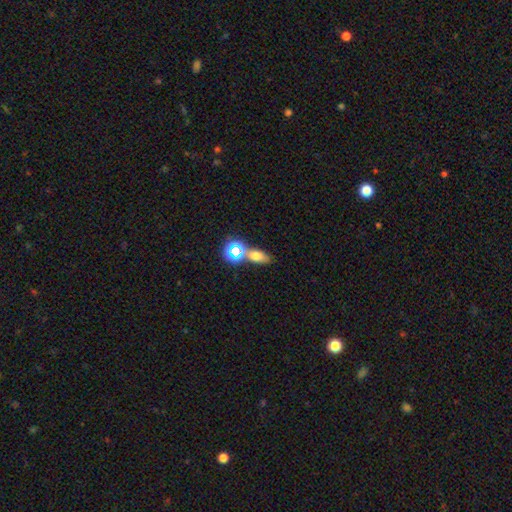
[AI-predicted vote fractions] smooth 60%, star or artifact 26%, featured or disk 14%. Down the decision tree: how rounded — in between (70%); merging — none (60%).